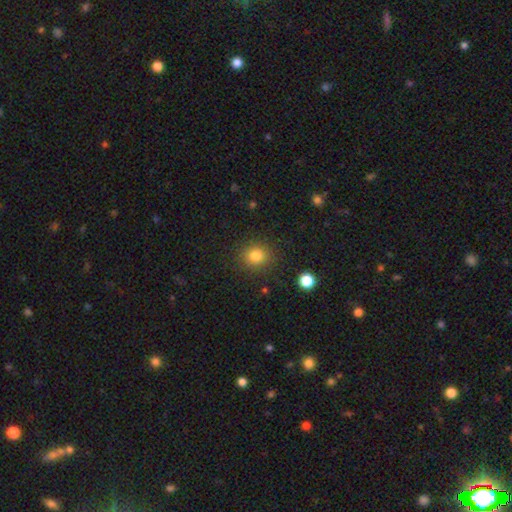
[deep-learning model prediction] The model was most divided on "how rounded": round: 80%, in between: 19%, cigar-shaped: 1%. More confident: merging — none (87%); smooth or featured — smooth (81%).